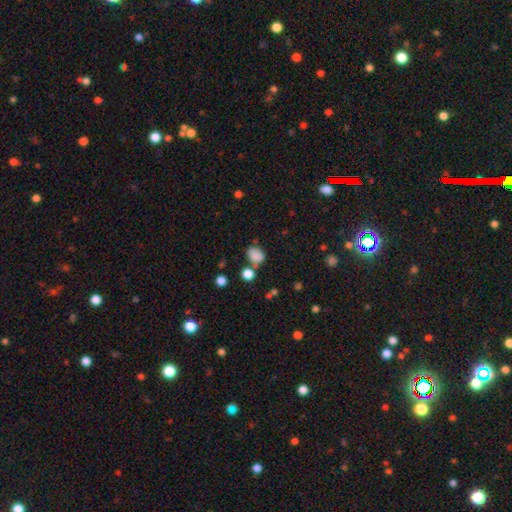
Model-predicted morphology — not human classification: A smooth galaxy with no disk features (81%) that is in between round and cigar-shaped (58%).

Vote fractions:
- Smooth or featured? smooth: 81% / star or artifact: 12% / featured or disk: 7%
- How rounded? in between: 58% / round: 41% / cigar-shaped: 1%
- Merging? none: 51% / minor disturbance: 21% / merger: 20% / major disturbance: 8%